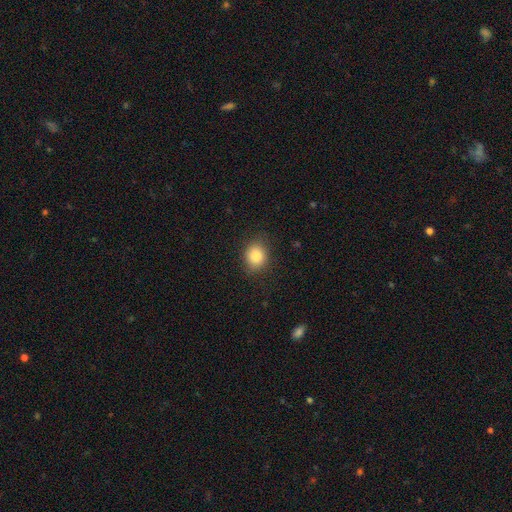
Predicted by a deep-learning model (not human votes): A smooth galaxy with no disk features (87%) that is round (61%). Merging: none (82%).